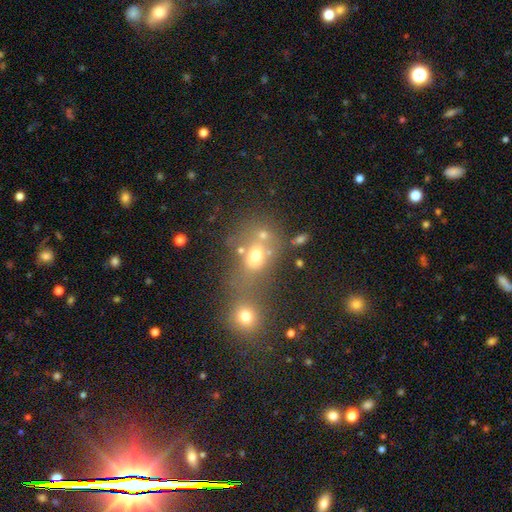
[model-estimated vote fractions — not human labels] Morphology: type=smooth (62%); roundness=round (60%); merging=merger (50%).